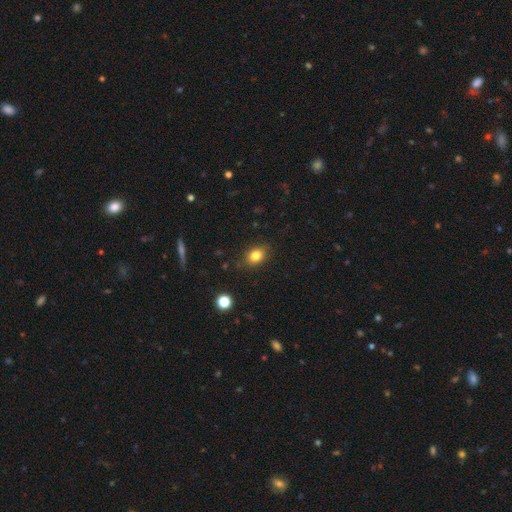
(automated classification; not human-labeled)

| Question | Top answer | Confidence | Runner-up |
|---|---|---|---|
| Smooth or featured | smooth | 82% | star or artifact (11%) |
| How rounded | in between | 66% | round (32%) |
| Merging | none | 83% | minor disturbance (13%) |